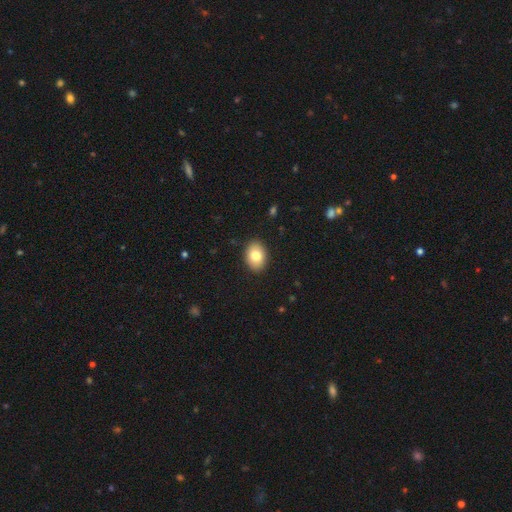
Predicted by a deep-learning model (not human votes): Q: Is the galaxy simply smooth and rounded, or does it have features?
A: smooth — 81%.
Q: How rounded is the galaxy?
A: in between — 80%.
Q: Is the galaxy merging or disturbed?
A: none — 90%.